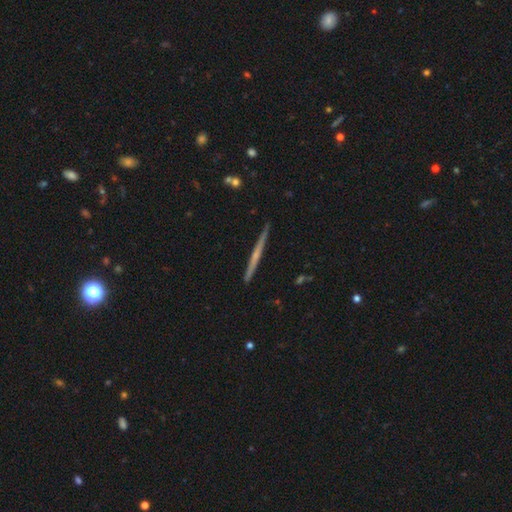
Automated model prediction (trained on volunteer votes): featured or disk 64%, smooth 30%, star or artifact 6%. Down the decision tree: edge-on disk — yes (98%); edge-on bulge — none (67%); merging — none (92%).